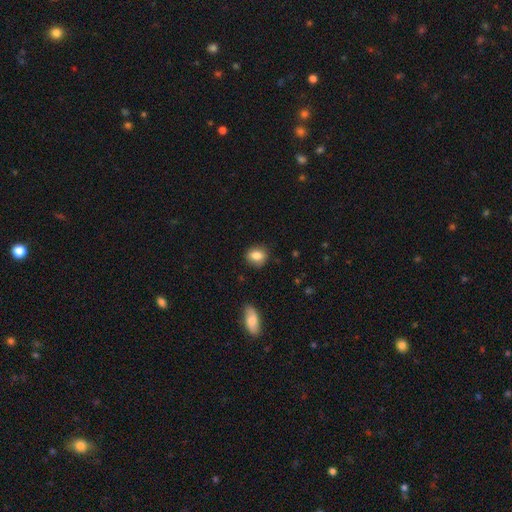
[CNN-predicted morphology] Smooth or featured? smooth (82%)
How rounded? round (56%)
Merging? none (80%)